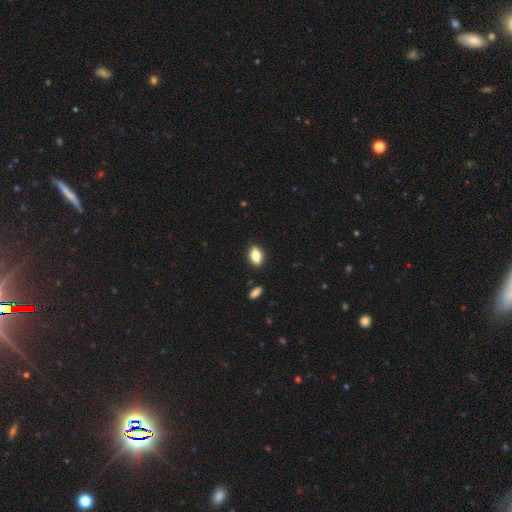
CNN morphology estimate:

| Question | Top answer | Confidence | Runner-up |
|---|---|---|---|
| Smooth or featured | smooth | 77% | featured or disk (15%) |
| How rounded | in between | 85% | cigar-shaped (8%) |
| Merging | none | 87% | minor disturbance (9%) |